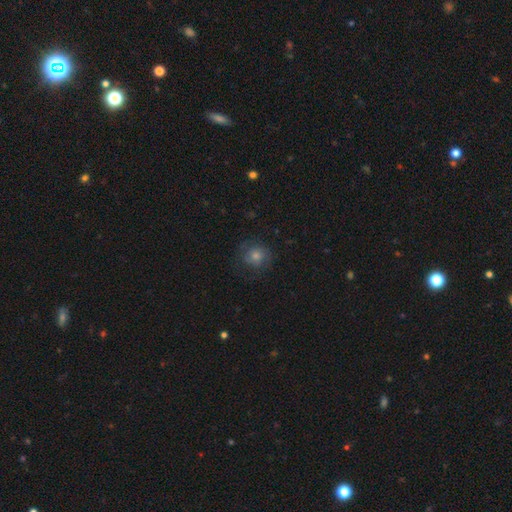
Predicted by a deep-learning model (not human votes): smooth-or-featured: smooth: 54% | featured or disk: 27% | star or artifact: 18%
  how-rounded: round: 87% | in between: 12% | cigar-shaped: 1%
  merging: none: 75% | minor disturbance: 15% | major disturbance: 9% | merger: 1%